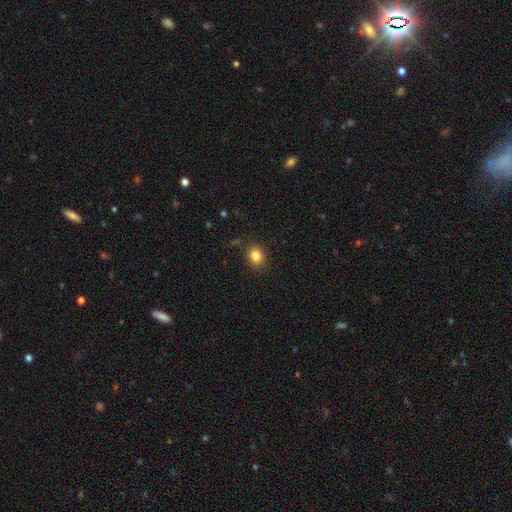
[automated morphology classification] smooth_or_featured: smooth (p=0.84) [alt: star or artifact p=0.11]
how_rounded: round (p=0.64) [alt: in between p=0.35]
merging: none (p=0.86) [alt: minor disturbance p=0.10]